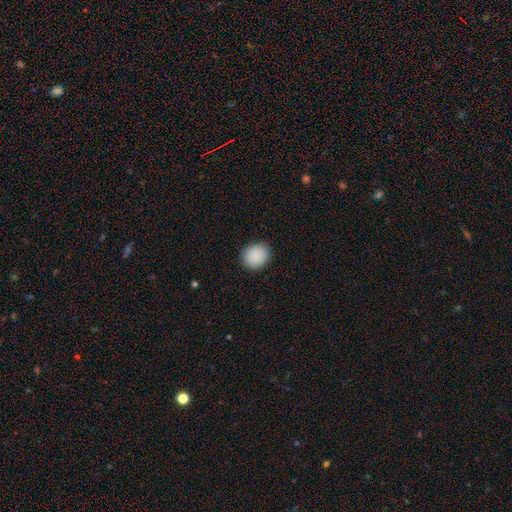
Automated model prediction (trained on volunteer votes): A smooth galaxy with no disk features (90%) that is round (70%). Merging: none (89%).